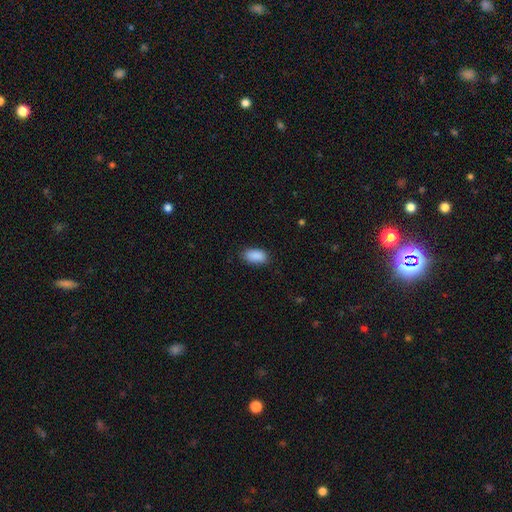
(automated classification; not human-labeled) A smooth galaxy with no disk features (90%) that is in between round and cigar-shaped (93%). Merging: none (85%).